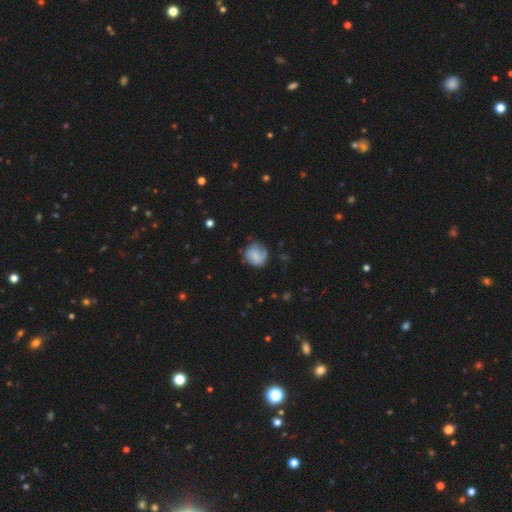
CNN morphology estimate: A smooth galaxy with no disk features (69%) that is round (76%).

Vote fractions:
- Smooth or featured? smooth: 69% / featured or disk: 23% / star or artifact: 8%
- How rounded? round: 76% / in between: 23% / cigar-shaped: 1%
- Merging? none: 61% / minor disturbance: 27% / major disturbance: 11% / merger: 2%